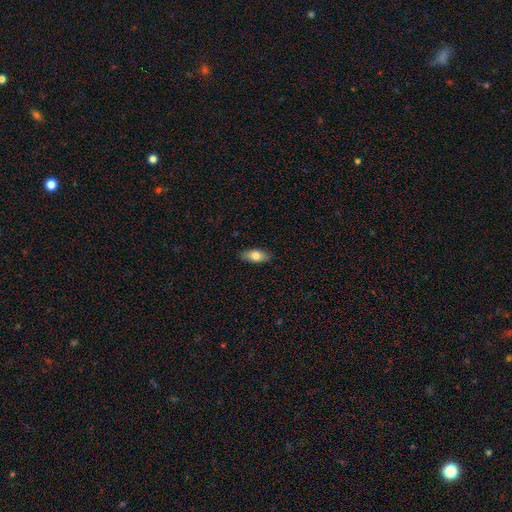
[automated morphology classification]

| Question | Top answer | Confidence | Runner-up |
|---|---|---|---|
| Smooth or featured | smooth | 78% | featured or disk (15%) |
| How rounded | in between | 86% | cigar-shaped (11%) |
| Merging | none | 87% | minor disturbance (10%) |